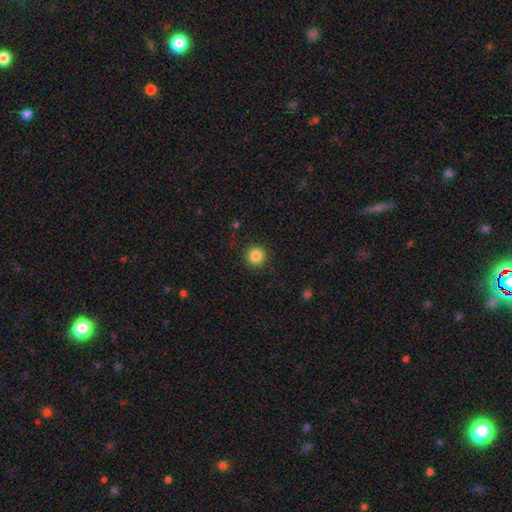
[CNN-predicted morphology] type=smooth (85%); roundness=round (95%); merging=none (90%).